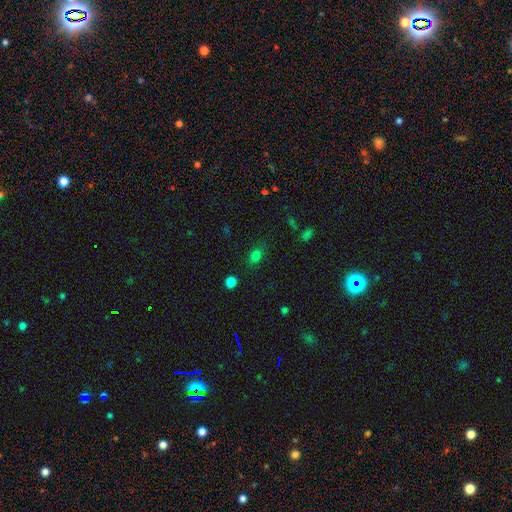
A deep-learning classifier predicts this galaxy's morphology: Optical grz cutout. It shows a smooth galaxy with no disk features (79%) that is in between round and cigar-shaped (69%). Merging: none (79%).